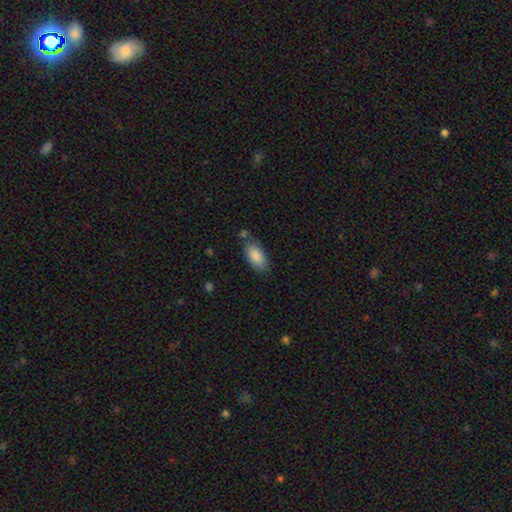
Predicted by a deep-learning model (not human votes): Q: Smooth or featured?
A: smooth (88%); runner-up: star or artifact (6%)
Q: How rounded?
A: in between (93%); runner-up: cigar-shaped (5%)
Q: Merging?
A: none (72%); runner-up: minor disturbance (17%)